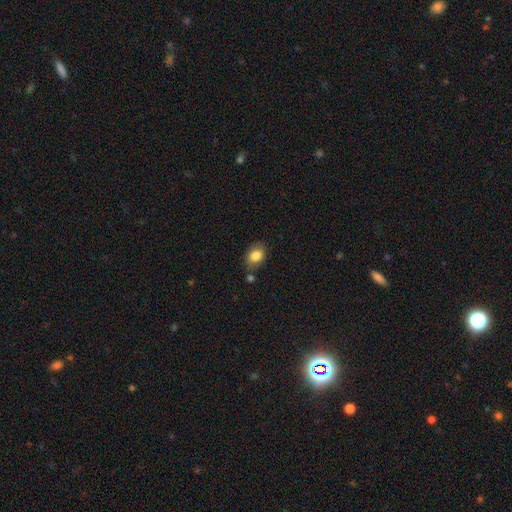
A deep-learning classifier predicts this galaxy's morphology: smooth-or-featured: smooth: 83% | featured or disk: 9% | star or artifact: 8%
  how-rounded: in between: 72% | round: 26% | cigar-shaped: 1%
  merging: none: 71% | minor disturbance: 17% | merger: 8% | major disturbance: 4%